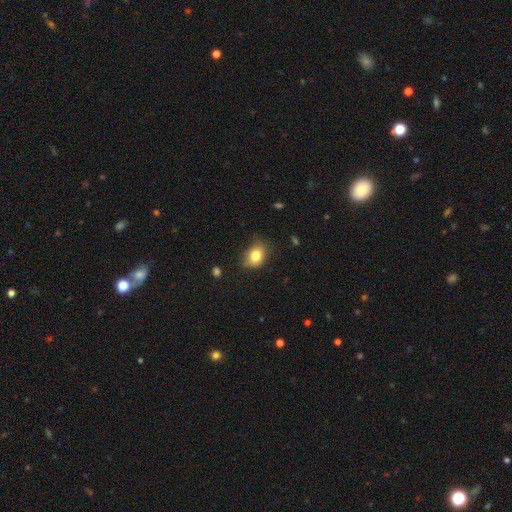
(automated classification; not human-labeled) smooth-or-featured: smooth: 80% | star or artifact: 10% | featured or disk: 10%
  how-rounded: in between: 60% | round: 39% | cigar-shaped: 1%
  merging: none: 67% | minor disturbance: 25% | major disturbance: 6% | merger: 2%